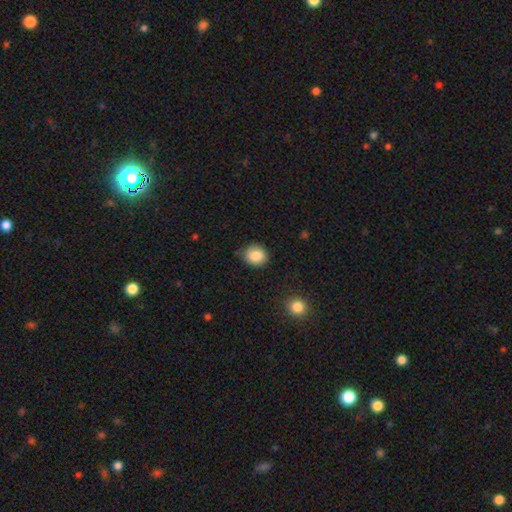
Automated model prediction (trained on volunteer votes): Q: Smooth or featured?
A: smooth (86%); runner-up: star or artifact (9%)
Q: How rounded?
A: round (71%); runner-up: in between (28%)
Q: Merging?
A: none (80%); runner-up: minor disturbance (16%)